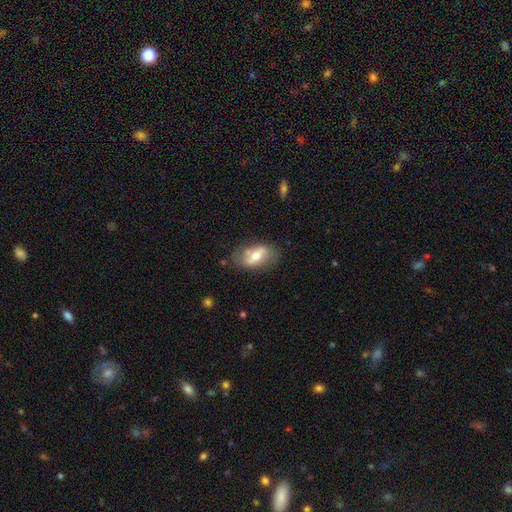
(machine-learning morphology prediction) A featured or disk galaxy (50%).

Vote fractions:
- Smooth or featured? featured or disk: 50% / smooth: 43% / star or artifact: 7%
- Edge-on disk? no: 86% / yes: 14%
- Merging? none: 71% / minor disturbance: 19% / major disturbance: 6% / merger: 3%